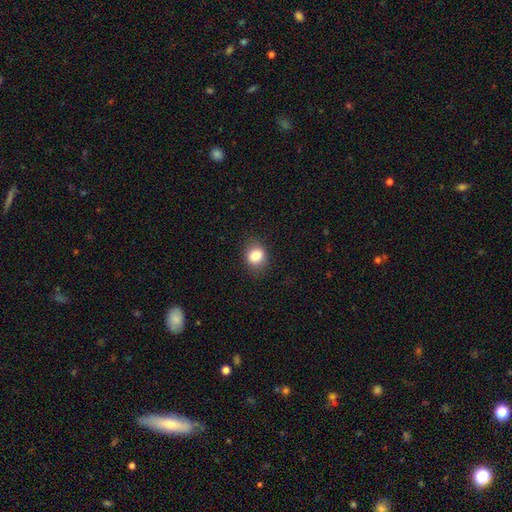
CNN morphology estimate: Overall: smooth (84%). How rounded: round (55%; in between 44%). Merging: none (84%).